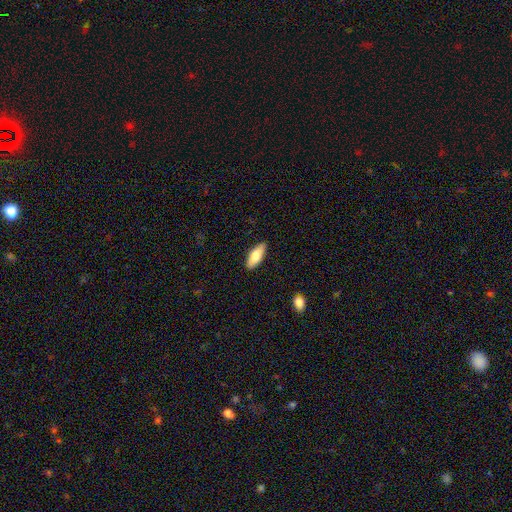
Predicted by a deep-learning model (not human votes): smooth-or-featured: smooth: 75% | featured or disk: 19% | star or artifact: 6%
  how-rounded: in between: 73% | cigar-shaped: 25% | round: 2%
  merging: none: 88% | minor disturbance: 9% | major disturbance: 2% | merger: 1%